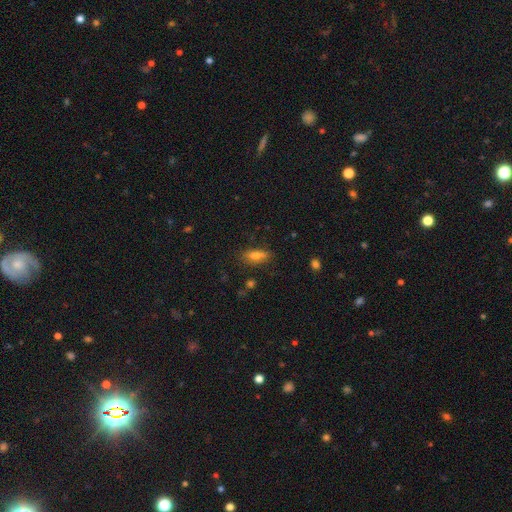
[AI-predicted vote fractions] Q: Smooth or featured?
A: smooth (70%); runner-up: featured or disk (20%)
Q: How rounded?
A: in between (67%); runner-up: cigar-shaped (29%)
Q: Merging?
A: none (76%); runner-up: minor disturbance (17%)